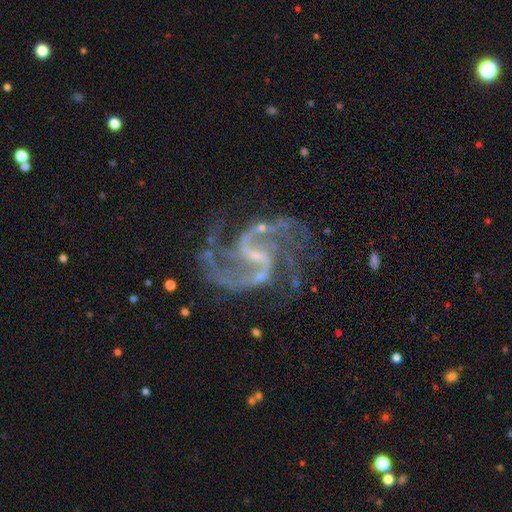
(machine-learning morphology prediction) This is clearly a featured or disk galaxy (93%). It is clearly not viewed edge-on (99%). Bar: possibly weak (50%). Spiral arm pattern: clearly yes (99%). Spiral arm count: likely 2 (80%). Spiral winding: possibly medium (58%). Central bulge: likely small (73%). Merging: likely none (64%).